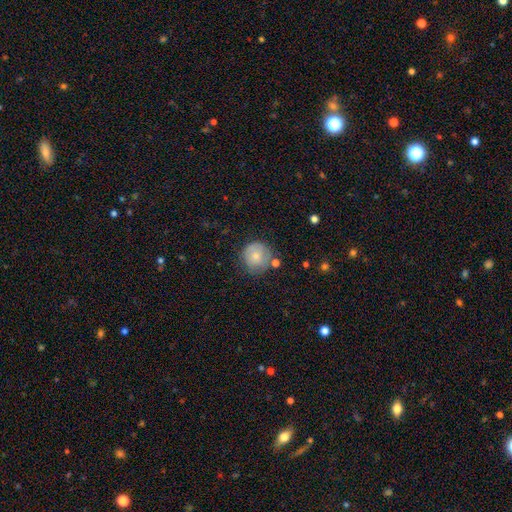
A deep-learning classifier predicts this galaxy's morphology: smooth 69%, featured or disk 23%, star or artifact 8%. Down the decision tree: how rounded — round (93%); merging — none (67%).